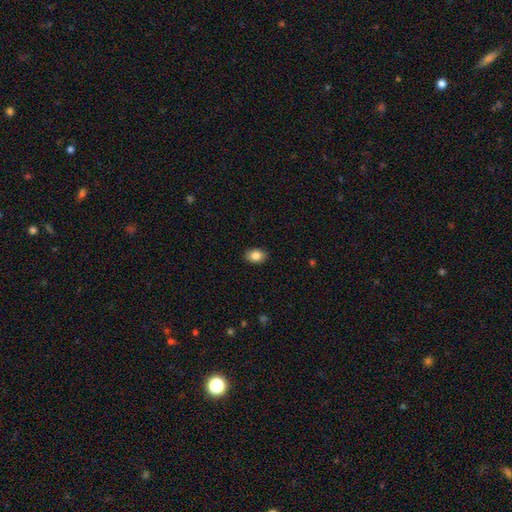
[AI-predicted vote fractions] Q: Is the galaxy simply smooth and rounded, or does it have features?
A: smooth — 86%.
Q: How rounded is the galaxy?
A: in between — 73%.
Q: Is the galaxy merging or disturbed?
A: none — 89%.